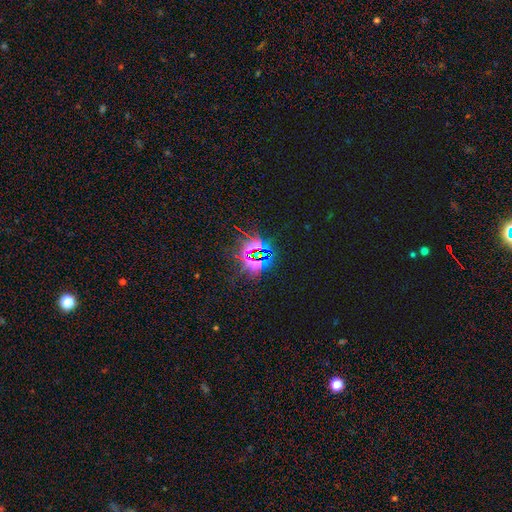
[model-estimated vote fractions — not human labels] Smooth or featured? Predicted: star or artifact (p=0.78).